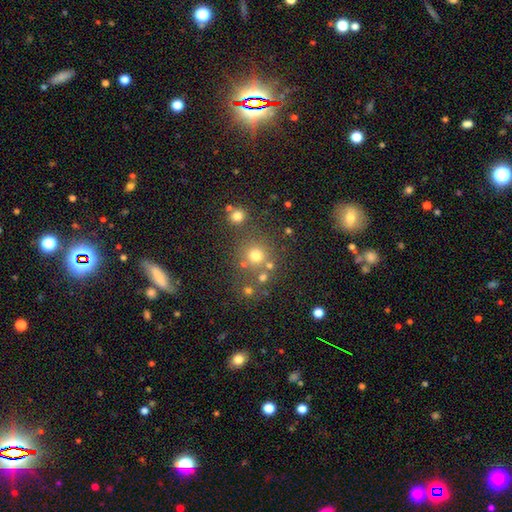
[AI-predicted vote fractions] The model was most divided on "smooth or featured": smooth: 70%, star or artifact: 20%, featured or disk: 10%. More confident: how rounded — round (91%); merging — none (73%).